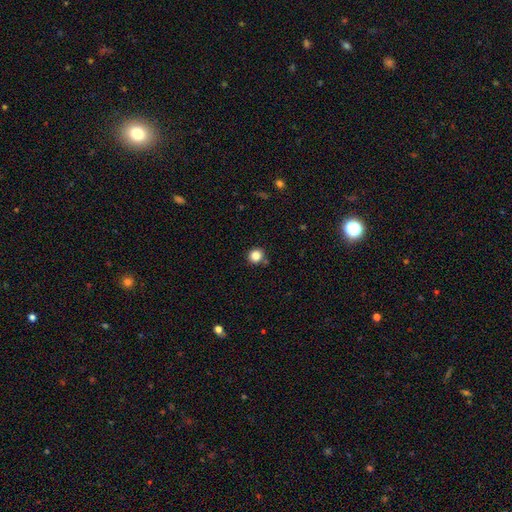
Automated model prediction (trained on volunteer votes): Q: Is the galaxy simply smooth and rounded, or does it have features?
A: smooth — 83%.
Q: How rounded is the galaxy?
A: round — 93%.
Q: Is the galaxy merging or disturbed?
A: none — 86%.